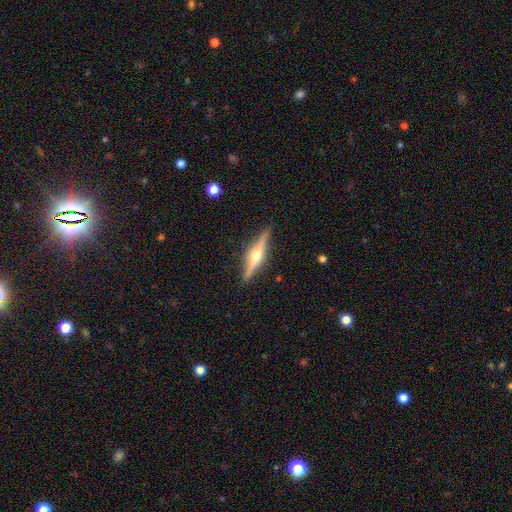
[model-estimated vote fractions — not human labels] Smooth or featured? Predicted: featured or disk (p=0.77). Edge-on disk? Predicted: yes (p=0.98). Edge-on bulge? Predicted: rounded (p=0.92). Merging? Predicted: none (p=0.89).